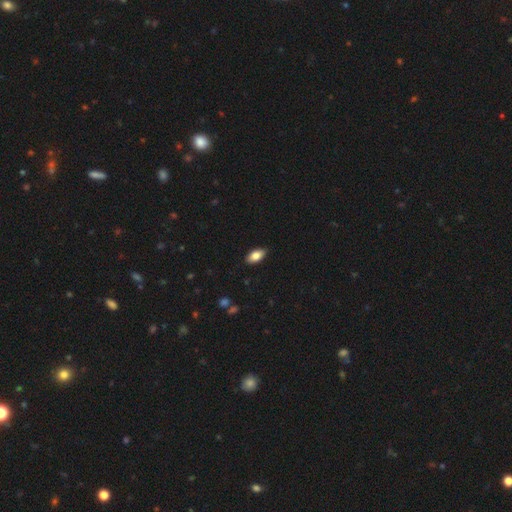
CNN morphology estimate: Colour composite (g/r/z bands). It shows a smooth galaxy with no disk features (83%) that is in between round and cigar-shaped (92%). Merging: none (88%).